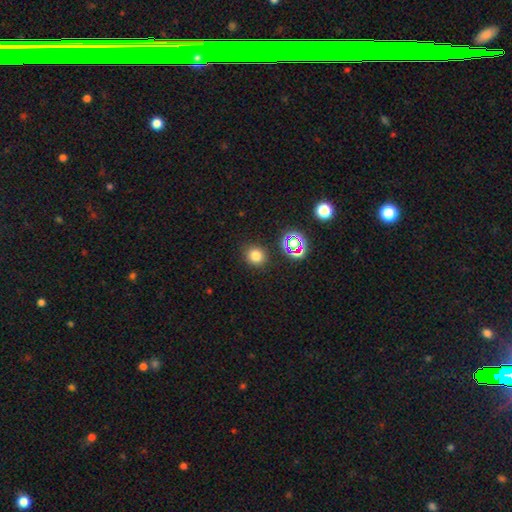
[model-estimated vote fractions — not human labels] A smooth galaxy with no disk features (76%) that is round (86%). Merging: none (88%).